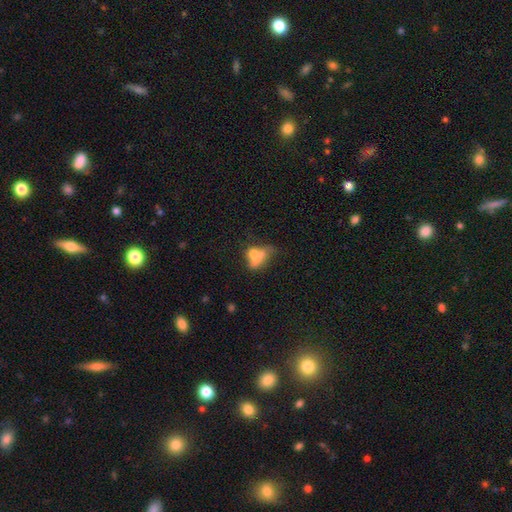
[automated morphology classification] Smooth or featured: smooth — 62% (featured or disk — 25%)
How rounded: in between — 73% (round — 22%)
Merging: merger — 40% (none — 22%)